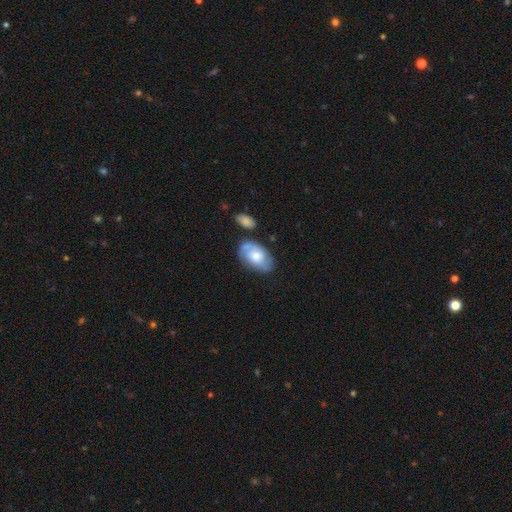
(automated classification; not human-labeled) Smooth or featured: featured or disk — 52% (smooth — 41%)
Edge-on disk: no — 95% (yes — 5%)
Merging: none — 61% (minor disturbance — 22%)